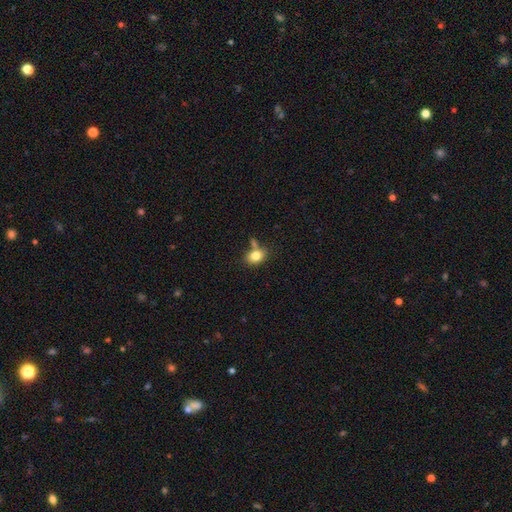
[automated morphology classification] Smooth or featured? smooth (80%)
How rounded? in between (68%)
Merging? none (58%)